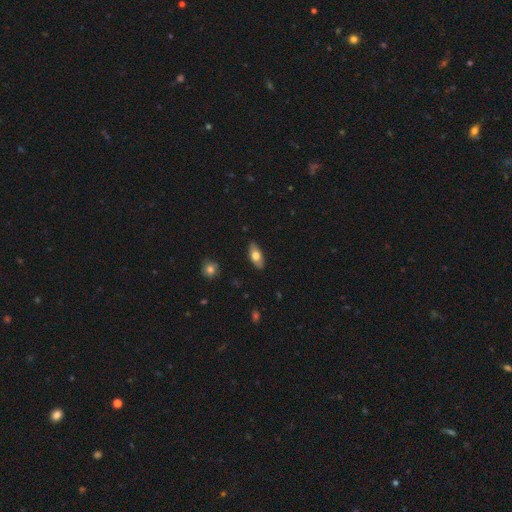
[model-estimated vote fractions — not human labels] Smooth or featured? smooth (69%)
How rounded? in between (86%)
Merging? none (86%)